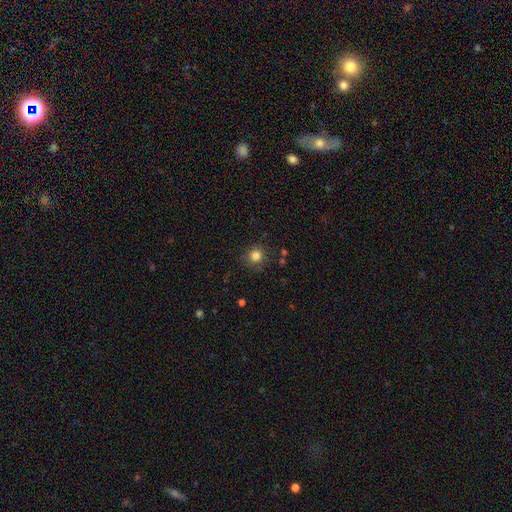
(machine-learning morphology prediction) The model was most divided on "smooth or featured": smooth: 82%, star or artifact: 13%, featured or disk: 5%. More confident: how rounded — round (92%); merging — none (87%).